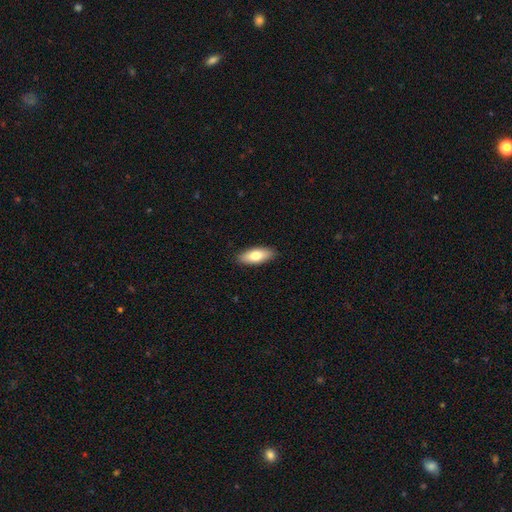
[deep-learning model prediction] This is likely a smooth galaxy (77%). How rounded: likely in between (77%). Merging: clearly none (89%).